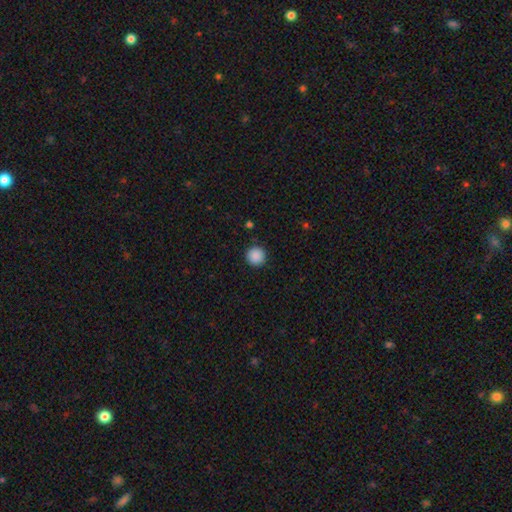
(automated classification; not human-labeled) Smooth or featured: smooth — 89% (star or artifact — 9%)
How rounded: round — 96% (in between — 3%)
Merging: none — 92% (minor disturbance — 5%)